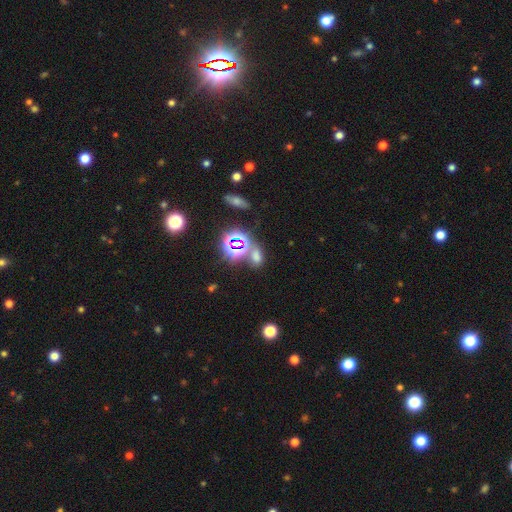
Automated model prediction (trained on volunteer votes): smooth_or_featured: smooth (p=0.47) [alt: star or artifact p=0.44]
merging: none (p=0.58) [alt: merger p=0.24]